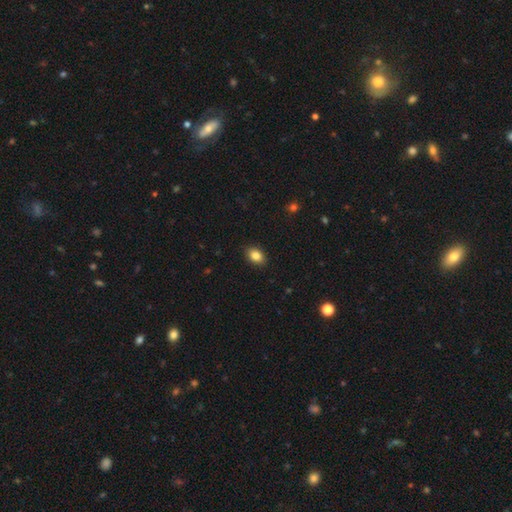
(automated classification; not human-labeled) This is clearly a smooth galaxy (86%). How rounded: clearly in between (80%). Merging: clearly none (90%).